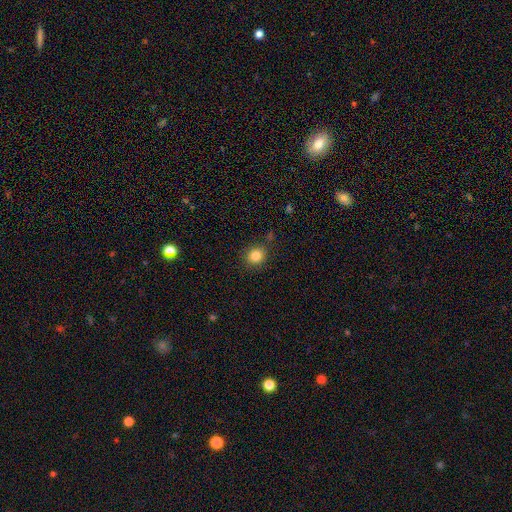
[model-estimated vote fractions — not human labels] Morphology: type=smooth (84%); roundness=round (81%); merging=none (83%).